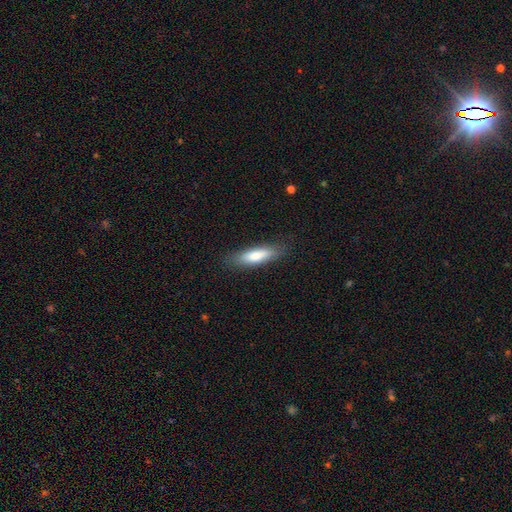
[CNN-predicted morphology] A smooth galaxy with no disk features (74%) that is cigar-shaped (67%).

Vote fractions:
- Smooth or featured? smooth: 74% / featured or disk: 19% / star or artifact: 6%
- How rounded? cigar-shaped: 67% / in between: 32% / round: 2%
- Merging? none: 84% / minor disturbance: 12% / major disturbance: 3% / merger: 1%